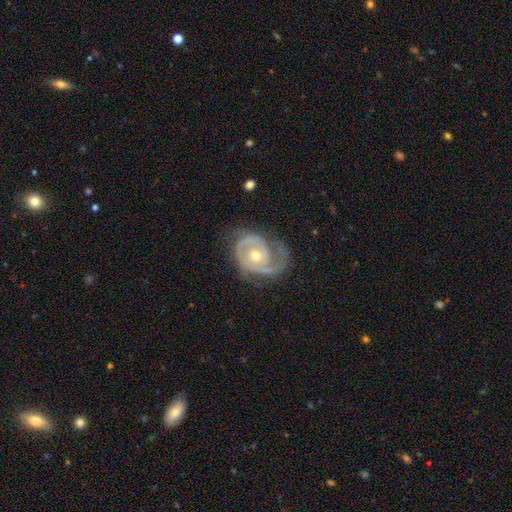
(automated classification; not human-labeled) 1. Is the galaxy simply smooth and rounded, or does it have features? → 88% featured or disk, 7% smooth, 5% star or artifact.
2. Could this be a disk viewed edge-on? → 97% no, 3% yes.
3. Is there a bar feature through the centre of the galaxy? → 75% no, 20% weak, 6% strong.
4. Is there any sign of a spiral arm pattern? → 94% yes, 6% no.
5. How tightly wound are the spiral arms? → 54% tight, 36% medium, 10% loose.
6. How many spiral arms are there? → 59% 2, 12% 3, 12% 1, 12% can't tell, 3% 4, 2% more than 4.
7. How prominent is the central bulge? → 64% moderate, 31% small, 3% large, 1% none, 1% dominant.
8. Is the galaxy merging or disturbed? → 58% none, 23% minor disturbance, 17% major disturbance, 2% merger.